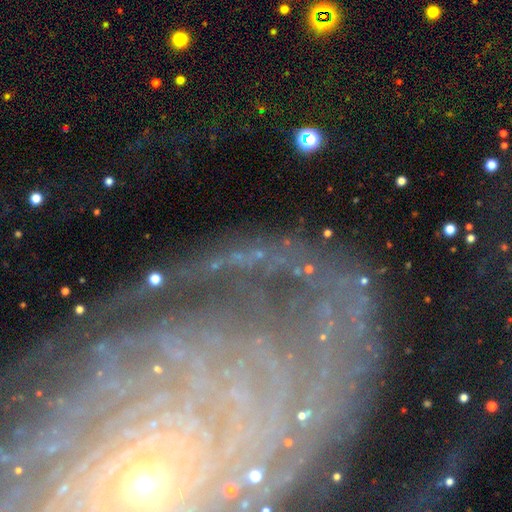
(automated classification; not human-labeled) Smooth or featured? featured or disk (44%)
Merging? none (67%)